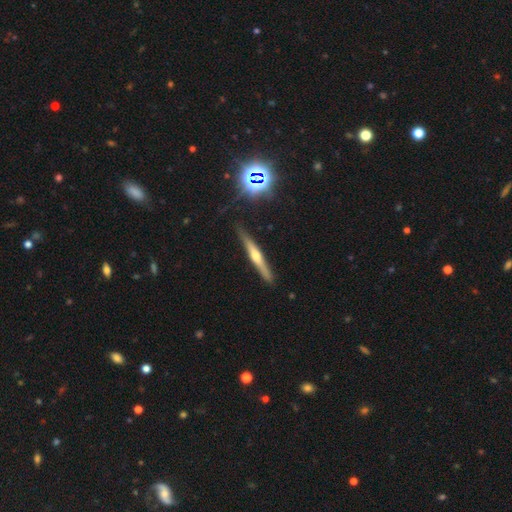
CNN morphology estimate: smooth-or-featured: featured or disk: 64% | smooth: 26% | star or artifact: 10%
  disk-edge-on: yes: 97% | no: 3%
    edge-on-bulge: rounded: 87% | none: 8% | boxy: 5%
  merging: none: 86% | minor disturbance: 10% | major disturbance: 2% | merger: 2%